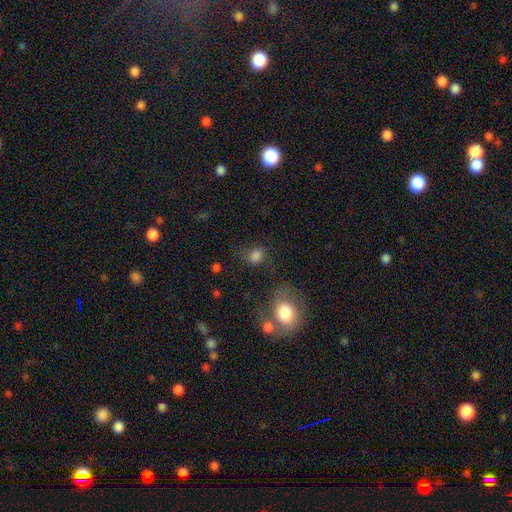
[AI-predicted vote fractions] This appears to be a smooth galaxy with no disk features (77%) that is round (60%). Merging: none (56%).